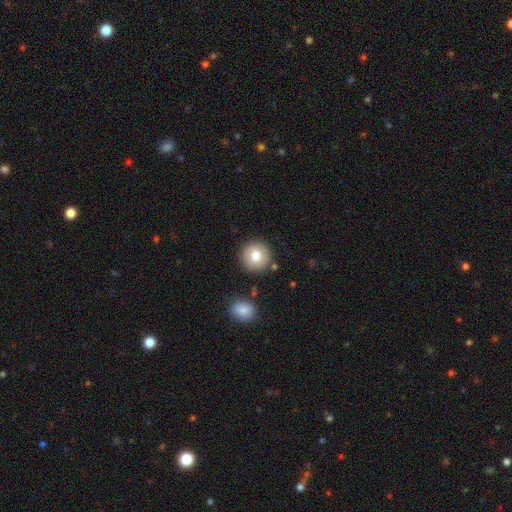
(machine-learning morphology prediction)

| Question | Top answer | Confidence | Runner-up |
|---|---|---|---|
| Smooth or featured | smooth | 78% | featured or disk (13%) |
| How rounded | round | 95% | in between (4%) |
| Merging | none | 86% | minor disturbance (8%) |